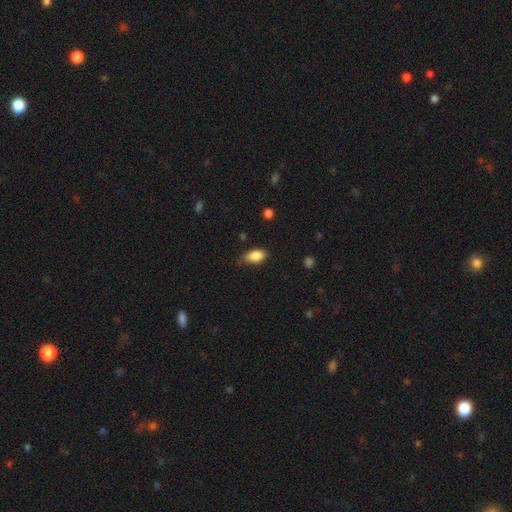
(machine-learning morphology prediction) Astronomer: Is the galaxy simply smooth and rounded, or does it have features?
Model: smooth — 86%.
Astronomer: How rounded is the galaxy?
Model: in between — 90%.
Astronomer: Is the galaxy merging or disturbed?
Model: none — 60%.